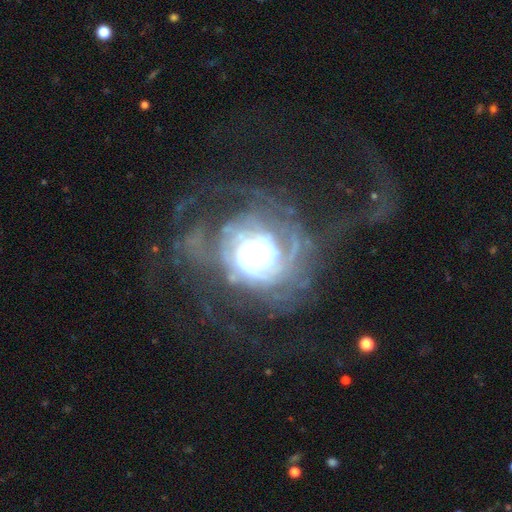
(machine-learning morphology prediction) Overall: featured or disk (86%). Edge-on disk: no (98%). Bar: no (74%). Spiral arms: yes (94%). Spiral arm count: can't tell (32%; 2 21%). Spiral winding: tight (68%). Bulge size: large (45%; moderate 35%). Merging: none (48%; major disturbance 29%).